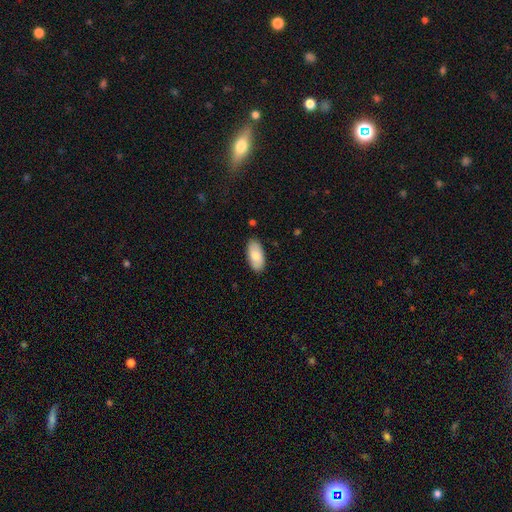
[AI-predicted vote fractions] This is likely a smooth galaxy (78%). How rounded: clearly in between (94%). Merging: clearly none (85%).